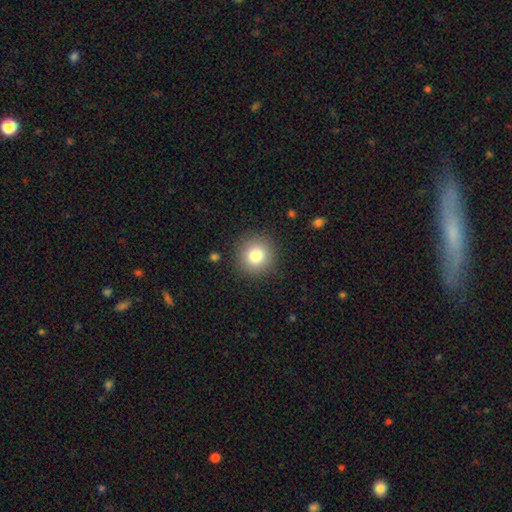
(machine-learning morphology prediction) type=smooth (81%); roundness=round (94%); merging=none (89%).